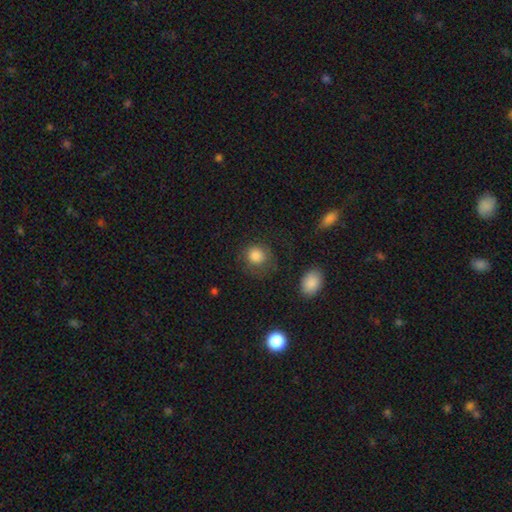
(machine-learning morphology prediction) Q: Smooth or featured?
A: smooth (83%); runner-up: star or artifact (9%)
Q: How rounded?
A: round (82%); runner-up: in between (17%)
Q: Merging?
A: none (62%); runner-up: minor disturbance (21%)